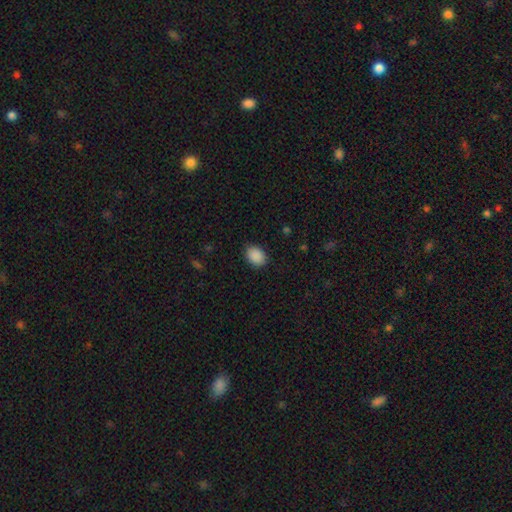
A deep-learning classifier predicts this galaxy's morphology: Overall: smooth (90%). How rounded: in between (68%; round 31%). Merging: none (85%).